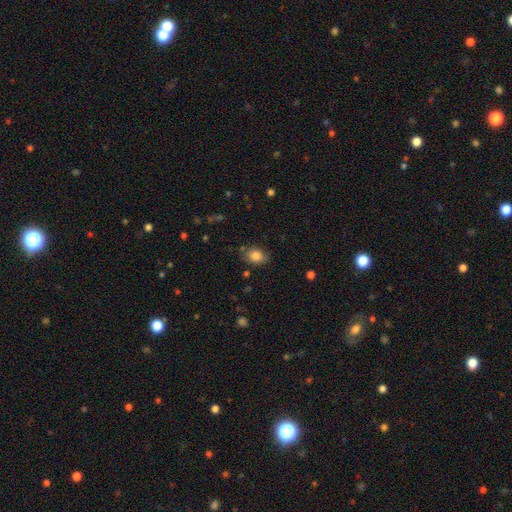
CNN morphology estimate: Smooth or featured? smooth (84%)
How rounded? in between (67%)
Merging? none (76%)